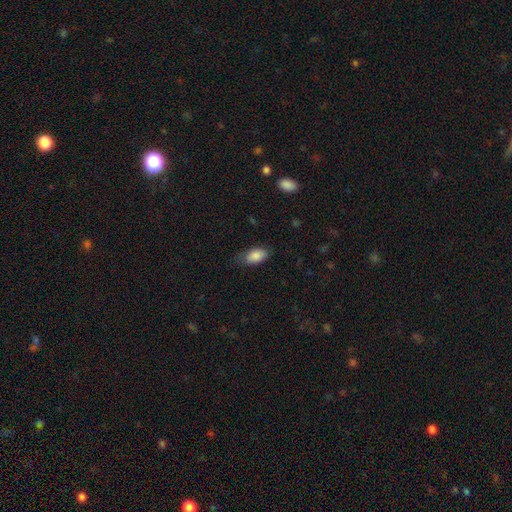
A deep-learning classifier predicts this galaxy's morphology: smooth 87%, star or artifact 7%, featured or disk 6%. Down the decision tree: how rounded — in between (93%); merging — none (67%).